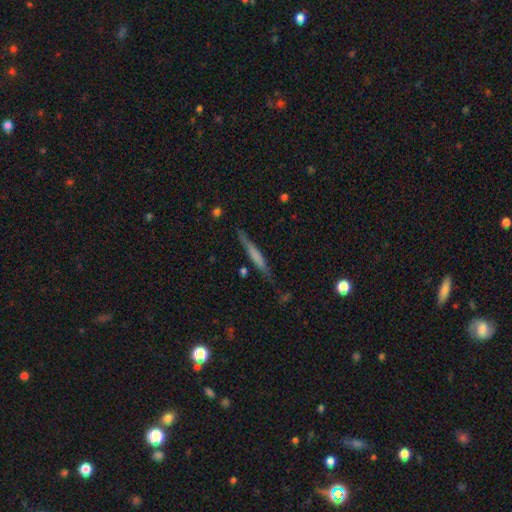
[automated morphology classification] The model was most divided on "smooth or featured": smooth: 50%, featured or disk: 43%, star or artifact: 6%. More confident: how rounded — cigar-shaped (94%); merging — none (81%).